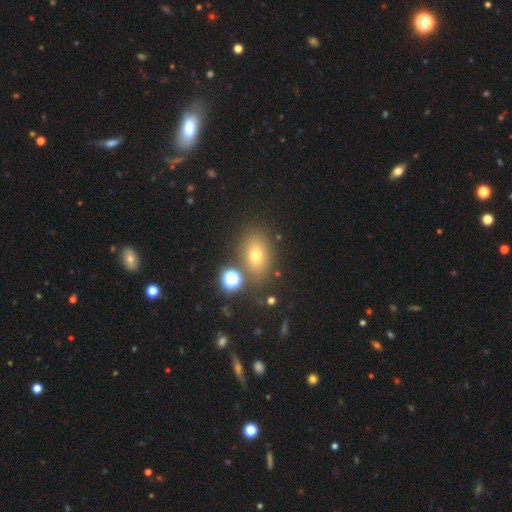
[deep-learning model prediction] Q: Smooth or featured?
A: smooth (66%); runner-up: star or artifact (20%)
Q: How rounded?
A: in between (73%); runner-up: round (25%)
Q: Merging?
A: none (78%); runner-up: minor disturbance (10%)